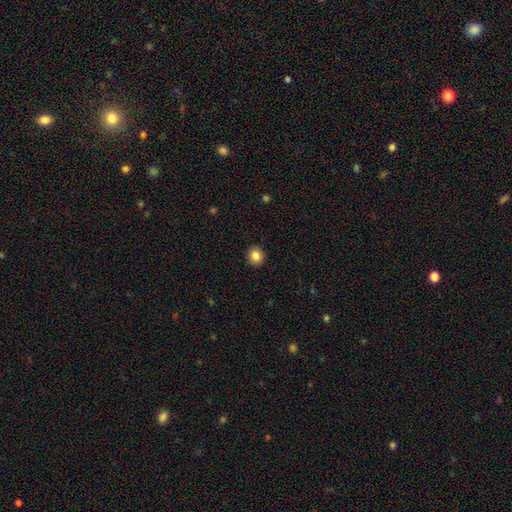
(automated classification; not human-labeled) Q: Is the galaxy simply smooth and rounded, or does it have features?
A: smooth — 85%.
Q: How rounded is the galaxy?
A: round — 86%.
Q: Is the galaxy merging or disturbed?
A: none — 92%.